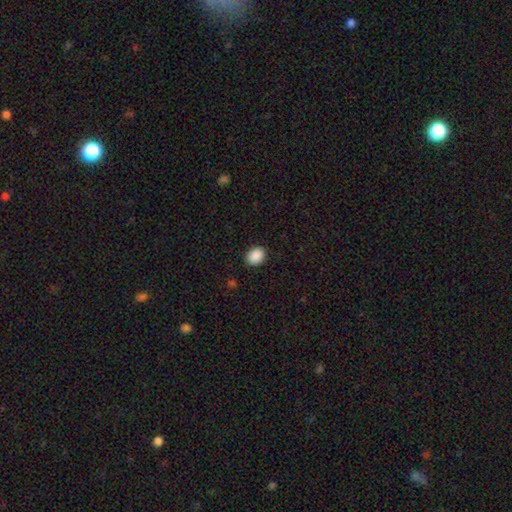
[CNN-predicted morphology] smooth-or-featured: smooth: 90% | star or artifact: 8% | featured or disk: 2%
  how-rounded: in between: 60% | round: 39% | cigar-shaped: 1%
  merging: none: 90% | minor disturbance: 7% | major disturbance: 2% | merger: 1%